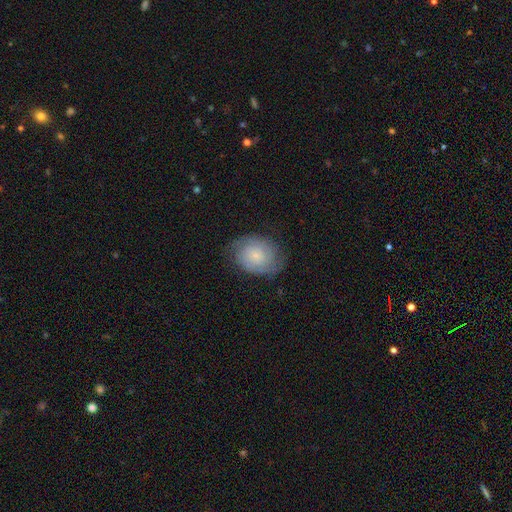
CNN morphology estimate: Overall: featured or disk (59%; smooth 33%). Edge-on disk: no (97%). Bar: no (74%). Spiral arms: yes (91%). Spiral arm count: 2 (62%; can't tell 22%). Spiral winding: tight (61%; medium 31%). Bulge size: small (63%). Merging: none (75%).